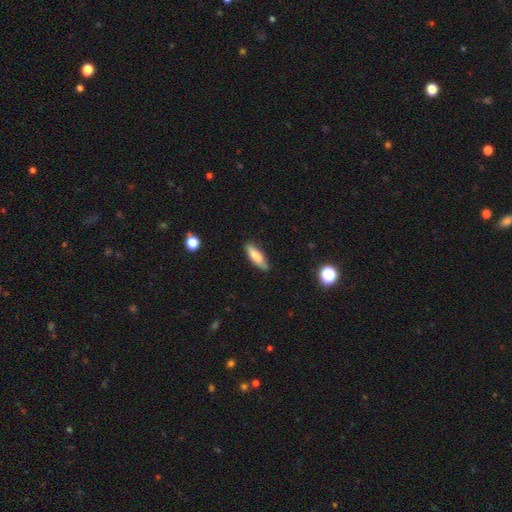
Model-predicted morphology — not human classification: Smooth or featured? Predicted: smooth (p=0.80). How rounded? Predicted: cigar-shaped (p=0.51). Merging? Predicted: none (p=0.80).